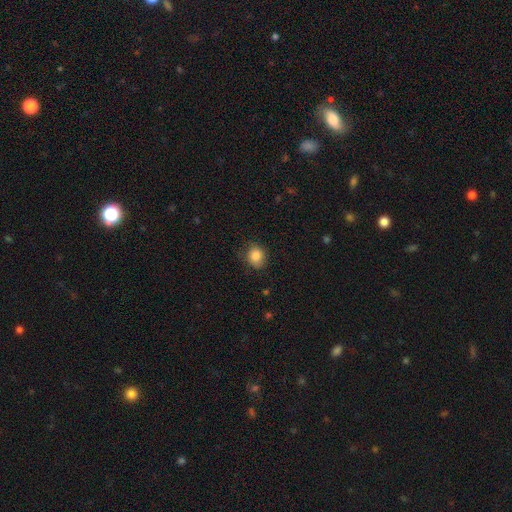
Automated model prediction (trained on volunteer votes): smooth 83%, star or artifact 9%, featured or disk 7%. Down the decision tree: how rounded — round (66%); merging — none (77%).